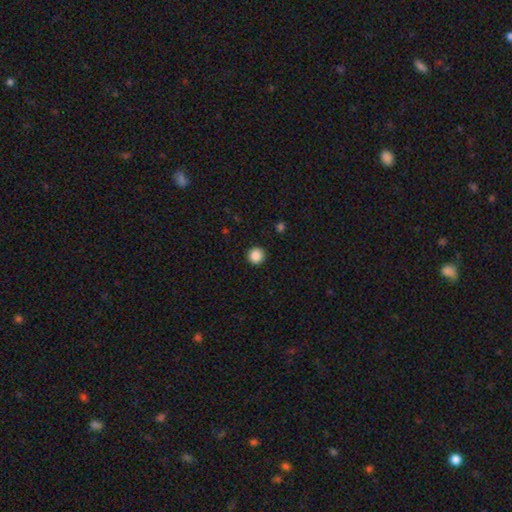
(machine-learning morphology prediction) smooth-or-featured: smooth: 88% | star or artifact: 10% | featured or disk: 3%
  how-rounded: round: 95% | in between: 4% | cigar-shaped: 1%
  merging: none: 93% | minor disturbance: 4% | major disturbance: 2% | merger: 1%